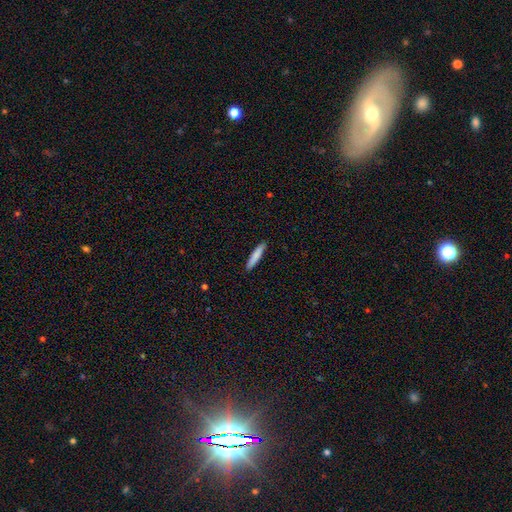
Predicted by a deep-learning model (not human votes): The model was most divided on "smooth or featured": smooth: 82%, featured or disk: 12%, star or artifact: 5%. More confident: how rounded — cigar-shaped (92%); merging — none (91%).